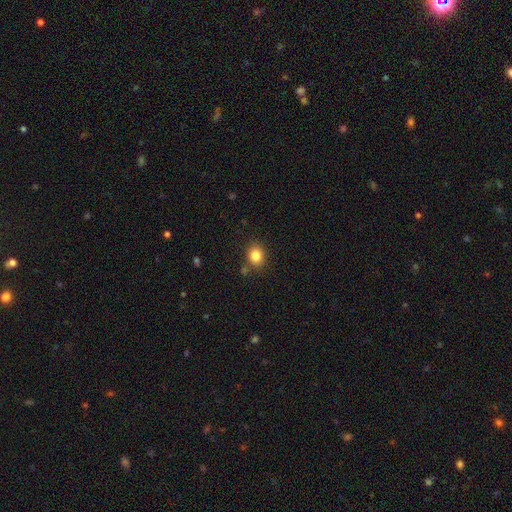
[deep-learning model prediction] Smooth or featured: smooth — 84% (star or artifact — 11%)
How rounded: round — 66% (in between — 33%)
Merging: none — 81% (minor disturbance — 11%)